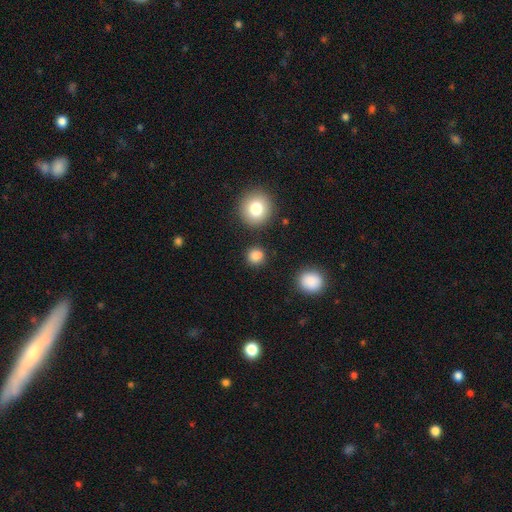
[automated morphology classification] This appears to be a smooth galaxy with no disk features (85%) that is round (89%). Merging: none (83%).